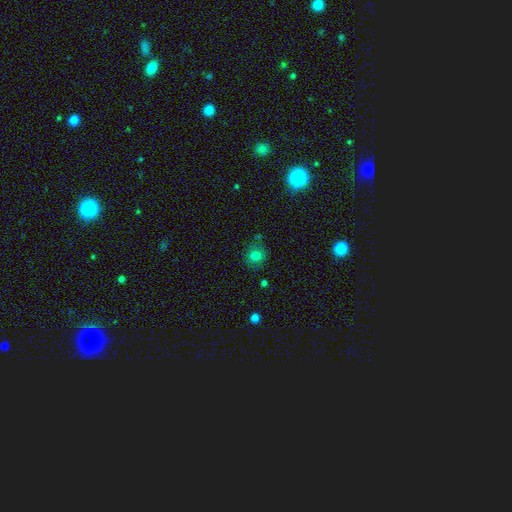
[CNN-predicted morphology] smooth-or-featured: smooth: 78% | star or artifact: 14% | featured or disk: 8%
  how-rounded: round: 83% | in between: 16% | cigar-shaped: 1%
  merging: none: 78% | minor disturbance: 14% | merger: 4% | major disturbance: 4%